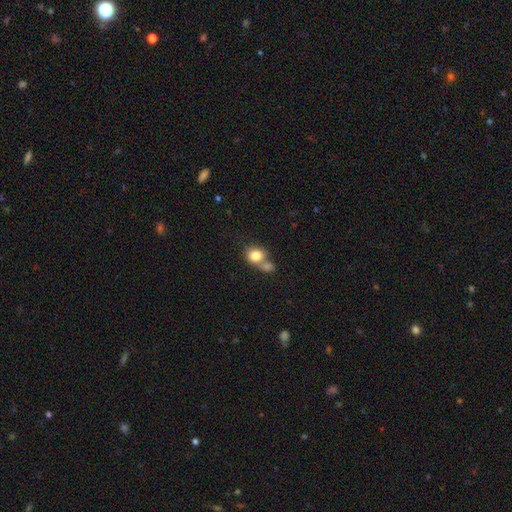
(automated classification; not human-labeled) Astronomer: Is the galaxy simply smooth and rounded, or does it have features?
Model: smooth — 82%.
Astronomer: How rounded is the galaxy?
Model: round — 67%.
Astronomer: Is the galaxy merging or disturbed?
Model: merger — 48% (runner-up: none, 38%).